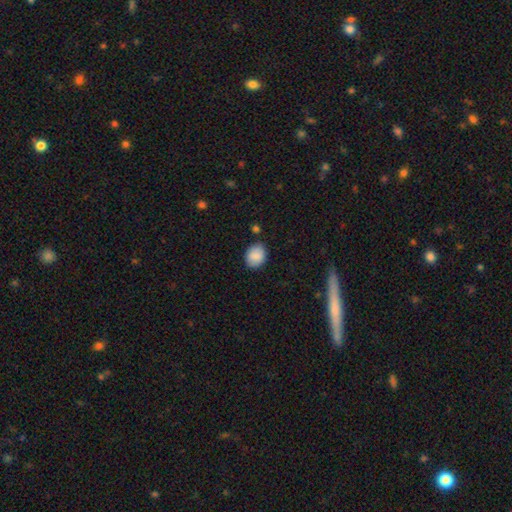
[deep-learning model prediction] A smooth galaxy with no disk features (87%) that is in between round and cigar-shaped (59%). Merging: none (82%).